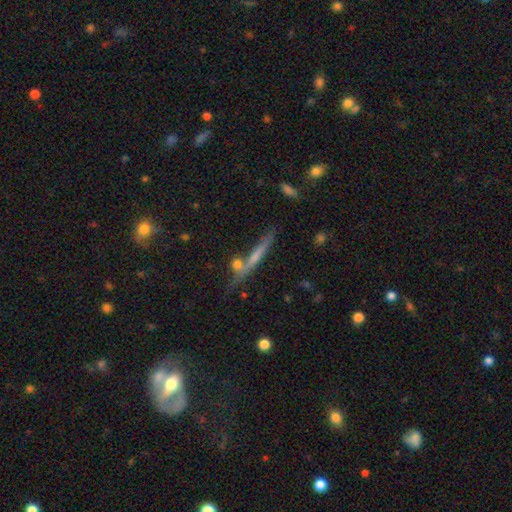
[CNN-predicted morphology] Q: Smooth or featured?
A: featured or disk (53%); runner-up: smooth (30%)
Q: Edge-on disk?
A: yes (89%); runner-up: no (11%)
Q: Merging?
A: none (68%); runner-up: merger (14%)